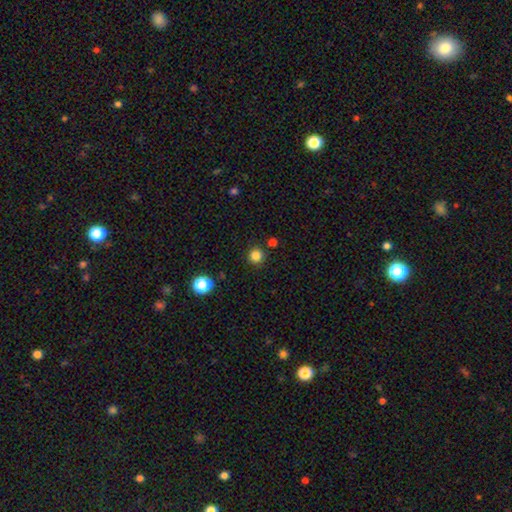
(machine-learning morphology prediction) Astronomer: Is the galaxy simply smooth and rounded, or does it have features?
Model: smooth — 83%.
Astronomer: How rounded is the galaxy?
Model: round — 95%.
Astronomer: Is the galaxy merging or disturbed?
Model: none — 89%.